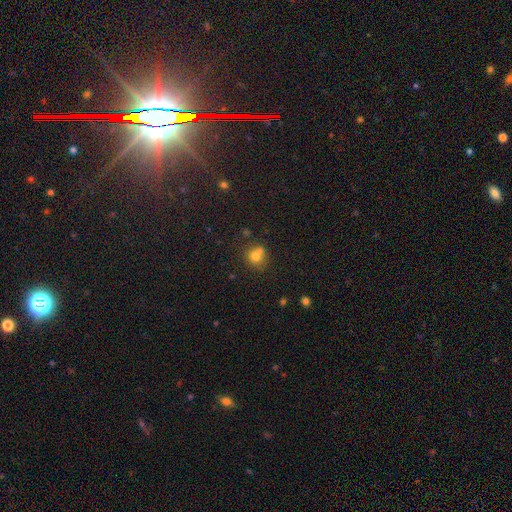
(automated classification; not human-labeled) Smooth or featured? smooth (73%)
How rounded? round (82%)
Merging? none (51%)